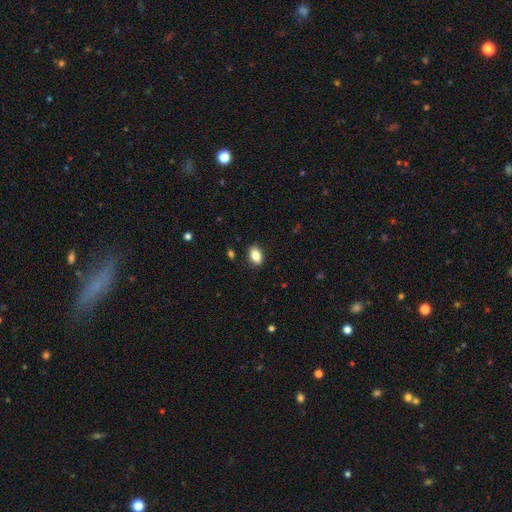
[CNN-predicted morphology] A smooth galaxy with no disk features (85%) that is in between round and cigar-shaped (86%).

Vote fractions:
- Smooth or featured? smooth: 85% / star or artifact: 8% / featured or disk: 7%
- How rounded? in between: 86% / round: 13% / cigar-shaped: 2%
- Merging? none: 88% / minor disturbance: 9% / major disturbance: 2% / merger: 1%